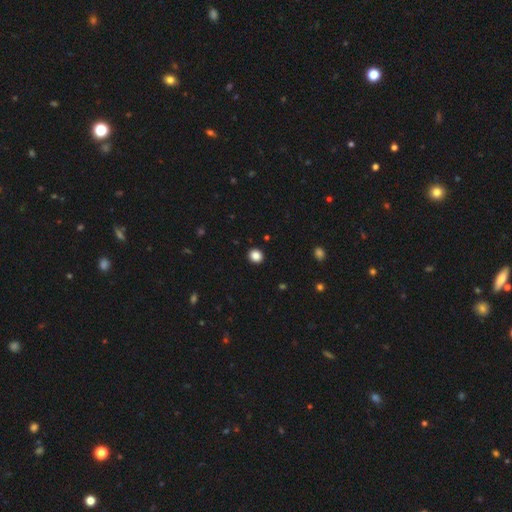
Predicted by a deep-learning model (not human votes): A smooth galaxy with no disk features (87%) that is round (84%). Merging: none (93%).